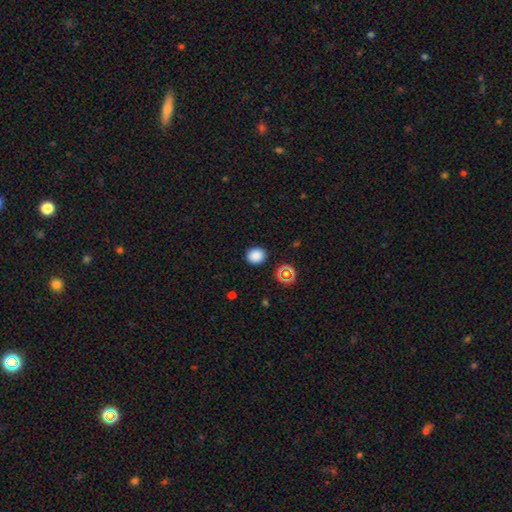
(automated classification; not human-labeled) A smooth galaxy with no disk features (84%) that is round (71%).

Vote fractions:
- Smooth or featured? smooth: 84% / star or artifact: 13% / featured or disk: 3%
- How rounded? round: 71% / in between: 28% / cigar-shaped: 1%
- Merging? none: 89% / minor disturbance: 7% / major disturbance: 2% / merger: 1%